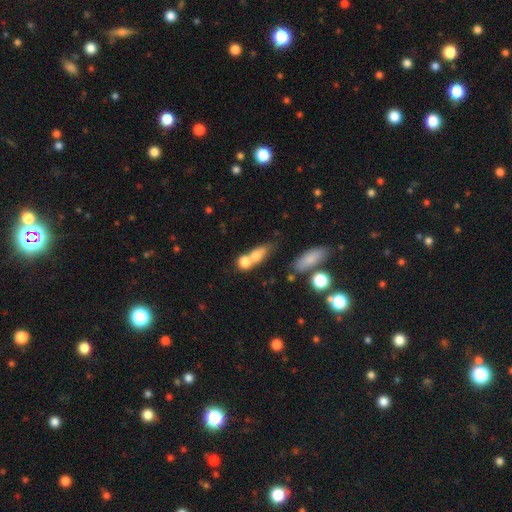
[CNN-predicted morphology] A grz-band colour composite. It shows a smooth galaxy with no disk features (70%) that is in between round and cigar-shaped (46%). Merging: merger (56%).